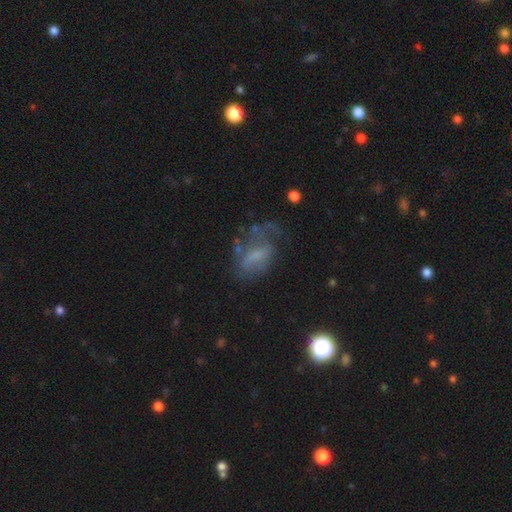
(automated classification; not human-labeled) A featured or disk galaxy (48%).

Vote fractions:
- Smooth or featured? featured or disk: 48% / smooth: 37% / star or artifact: 15%
- Merging? none: 37% / major disturbance: 35% / minor disturbance: 24% / merger: 4%